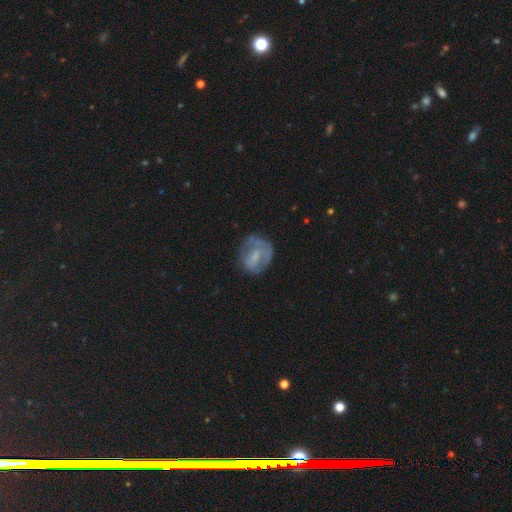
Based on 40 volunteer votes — featured or disk 68%, smooth 28%, star or artifact 5%. Down the decision tree: edge-on disk — no (100%); bar — weak (52%); spiral arms — yes (67%); spiral arm count — 2 (67%); spiral winding — medium (50%); bulge size — small (56%); merging — none (47%).